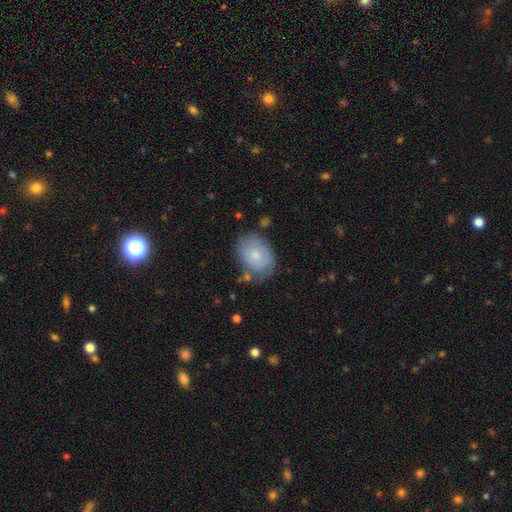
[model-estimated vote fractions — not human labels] This appears to be a smooth galaxy with no disk features (66%) that is in between round and cigar-shaped (71%). Merging: none (63%).